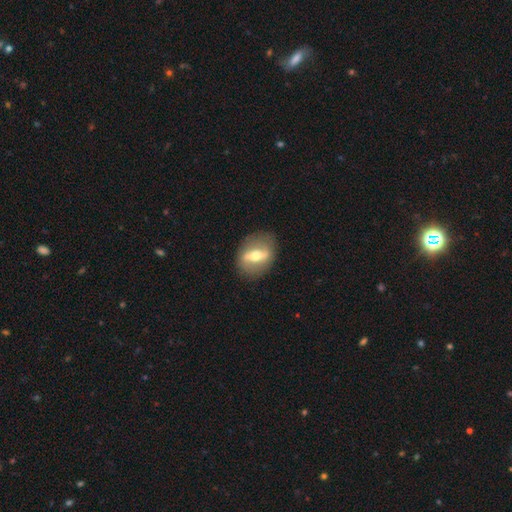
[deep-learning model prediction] smooth-or-featured: featured or disk: 60% | smooth: 33% | star or artifact: 7%
  disk-edge-on: no: 76% | yes: 24%
  merging: none: 82% | minor disturbance: 12% | major disturbance: 5% | merger: 1%